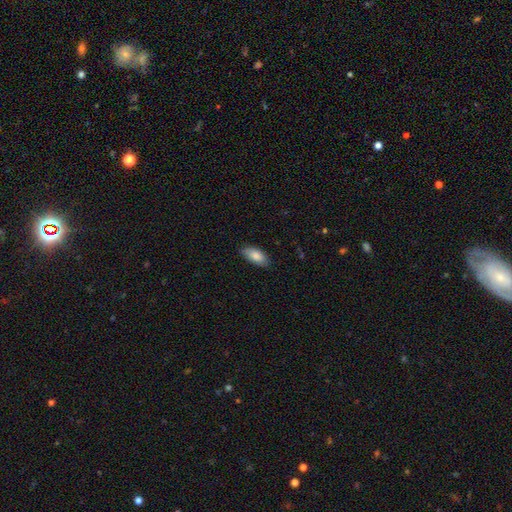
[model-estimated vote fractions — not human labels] smooth-or-featured: smooth: 86% | featured or disk: 8% | star or artifact: 6%
  how-rounded: in between: 89% | cigar-shaped: 9% | round: 2%
  merging: none: 82% | minor disturbance: 15% | major disturbance: 2% | merger: 1%